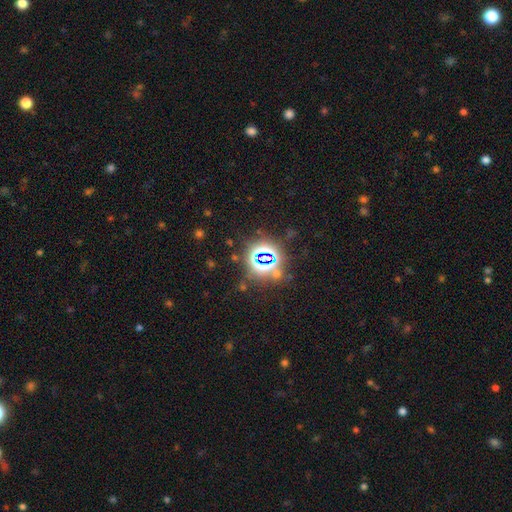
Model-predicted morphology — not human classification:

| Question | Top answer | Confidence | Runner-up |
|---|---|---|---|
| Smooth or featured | star or artifact | 78% | smooth (13%) |